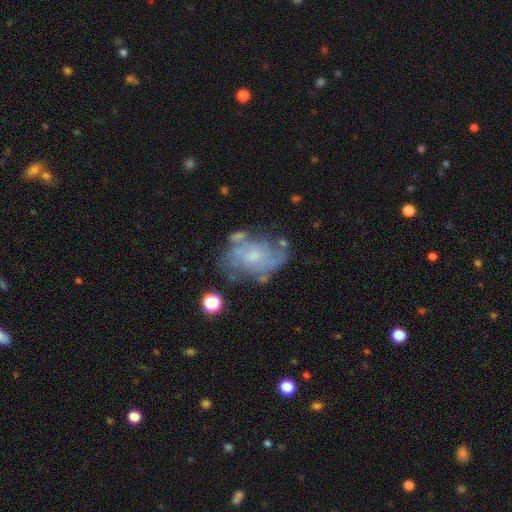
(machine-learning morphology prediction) Smooth or featured: featured or disk — 65% (smooth — 24%)
Edge-on disk: no — 96% (yes — 4%)
Bar: no — 74% (weak — 22%)
Spiral arms: yes — 59% (no — 41%)
Bulge size: small — 51% (moderate — 28%)
Merging: none — 52% (minor disturbance — 23%)